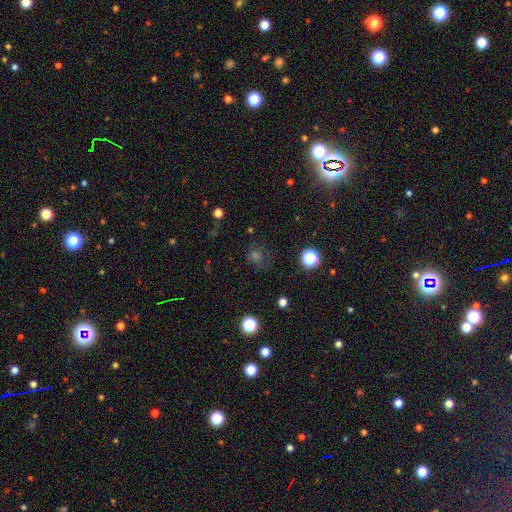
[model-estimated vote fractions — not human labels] Smooth or featured?
  - smooth: 48% *
  - star or artifact: 41%
  - featured or disk: 11%
Merging?
  - none: 71% *
  - minor disturbance: 16%
  - major disturbance: 10%
  - merger: 3%